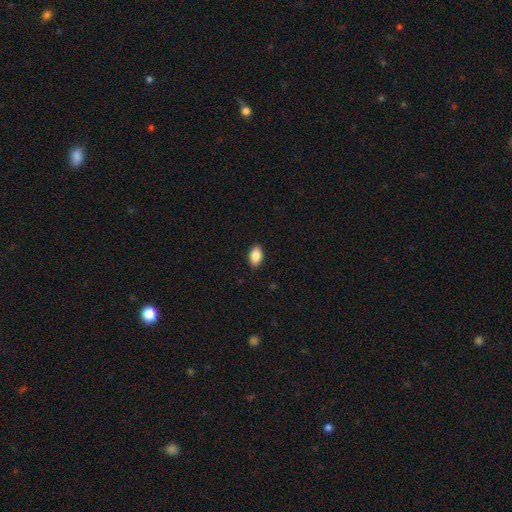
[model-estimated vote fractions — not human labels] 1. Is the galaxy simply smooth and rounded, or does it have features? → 86% smooth, 7% star or artifact, 6% featured or disk.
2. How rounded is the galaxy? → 92% in between, 6% round, 2% cigar-shaped.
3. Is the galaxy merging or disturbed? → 90% none, 7% minor disturbance, 2% major disturbance, 1% merger.